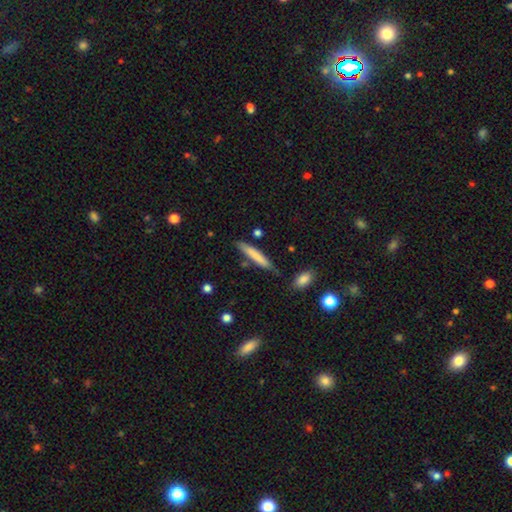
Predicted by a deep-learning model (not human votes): Smooth or featured: smooth — 73% (featured or disk — 21%)
How rounded: cigar-shaped — 92% (in between — 7%)
Merging: none — 78% (minor disturbance — 15%)